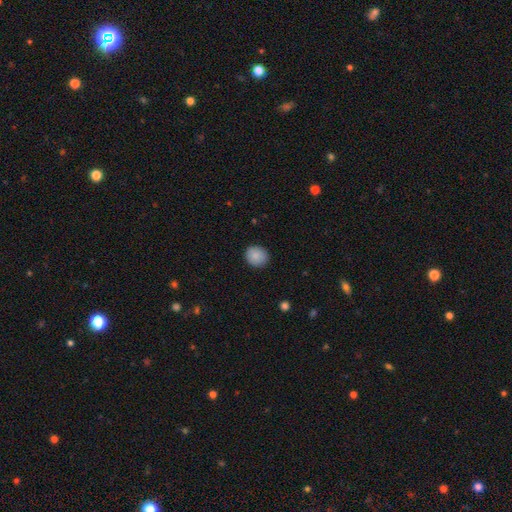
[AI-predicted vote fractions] Morphology: type=smooth (87%); roundness=round (82%); merging=none (90%).